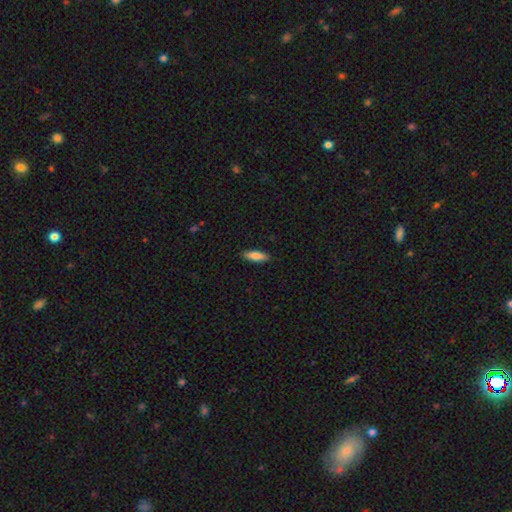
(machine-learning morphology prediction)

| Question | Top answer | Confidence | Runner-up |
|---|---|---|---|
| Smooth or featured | smooth | 81% | featured or disk (13%) |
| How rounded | cigar-shaped | 50% | in between (48%) |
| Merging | none | 89% | minor disturbance (8%) |